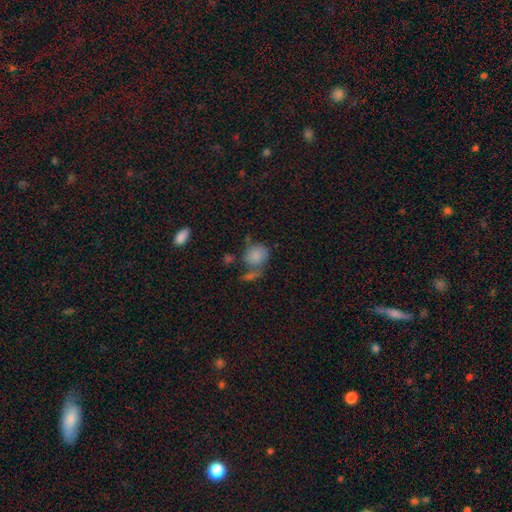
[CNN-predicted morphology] smooth_or_featured: smooth (p=0.79) [alt: featured or disk p=0.12]
how_rounded: round (p=0.58) [alt: in between p=0.41]
merging: none (p=0.42) [alt: merger p=0.27]